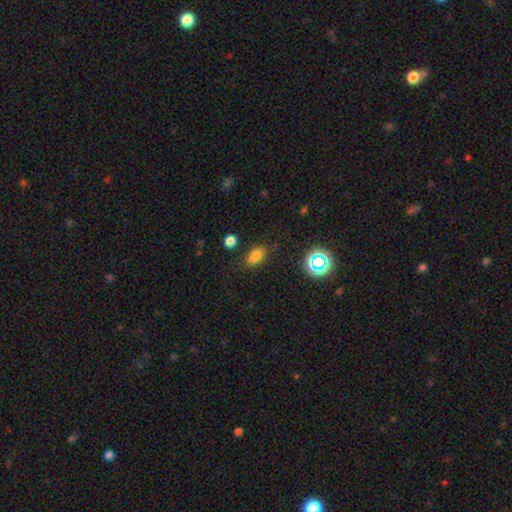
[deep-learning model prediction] smooth 75%, star or artifact 18%, featured or disk 7%. Down the decision tree: how rounded — in between (83%); merging — none (78%).